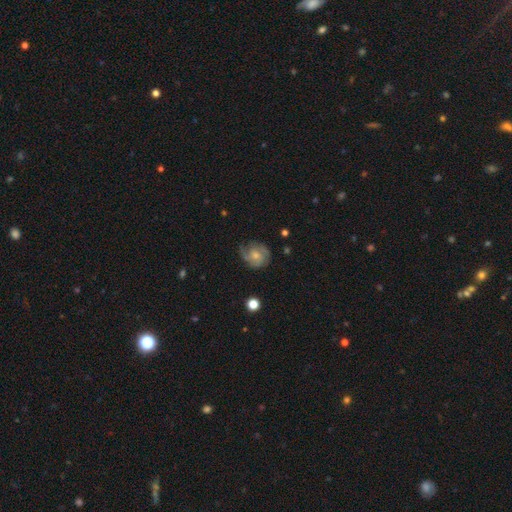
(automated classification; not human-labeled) Smooth or featured: featured or disk — 74% (smooth — 19%)
Edge-on disk: no — 98% (yes — 2%)
Bar: no — 69% (weak — 27%)
Spiral arms: yes — 94% (no — 6%)
Spiral winding: tight — 48% (medium — 40%)
Spiral arm count: 2 — 48% (3 — 22%)
Bulge size: small — 46% (moderate — 44%)
Merging: none — 72% (minor disturbance — 19%)